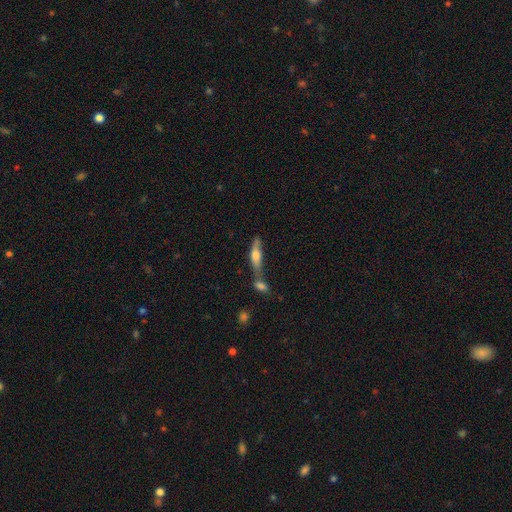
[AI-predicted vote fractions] A smooth galaxy with no disk features (53%) that is cigar-shaped (67%).

Vote fractions:
- Smooth or featured? smooth: 53% / featured or disk: 40% / star or artifact: 7%
- How rounded? cigar-shaped: 67% / in between: 31% / round: 3%
- Merging? none: 41% / merger: 40% / minor disturbance: 14% / major disturbance: 6%